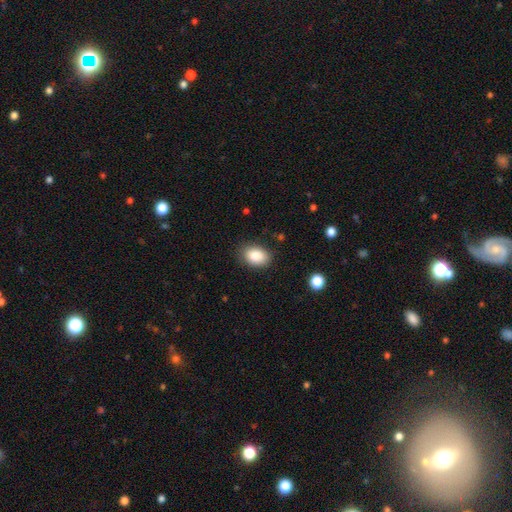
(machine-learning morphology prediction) Overall: smooth (87%). How rounded: in between (80%). Merging: none (84%).